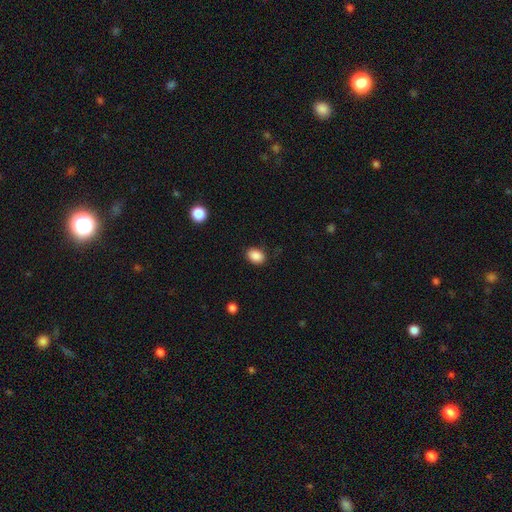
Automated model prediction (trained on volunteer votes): Overall: smooth (88%). How rounded: in between (70%). Merging: none (85%).